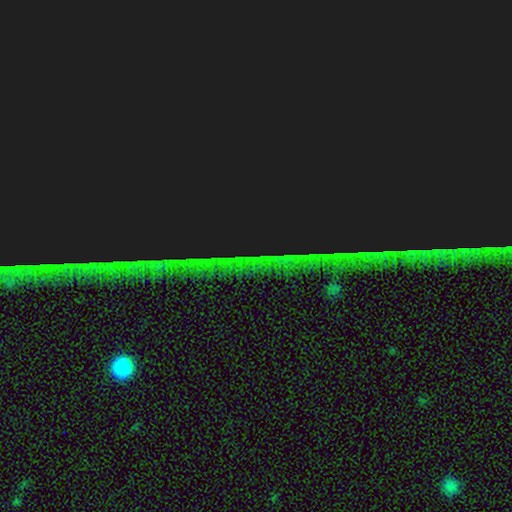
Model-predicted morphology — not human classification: smooth-or-featured: star or artifact: 83% | featured or disk: 9% | smooth: 8%